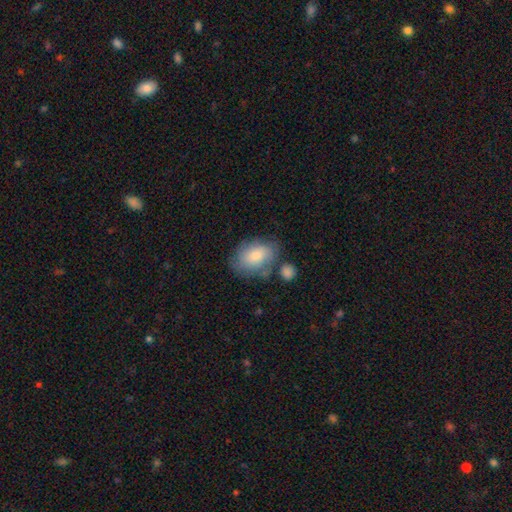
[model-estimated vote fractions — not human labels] Morphology: type=smooth (70%); roundness=in between (78%); merging=none (58%).